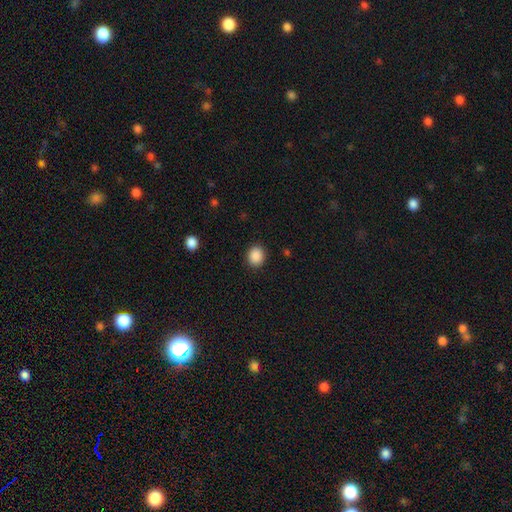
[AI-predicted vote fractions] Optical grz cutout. It shows a smooth galaxy with no disk features (89%) that is round (71%). Merging: none (90%).